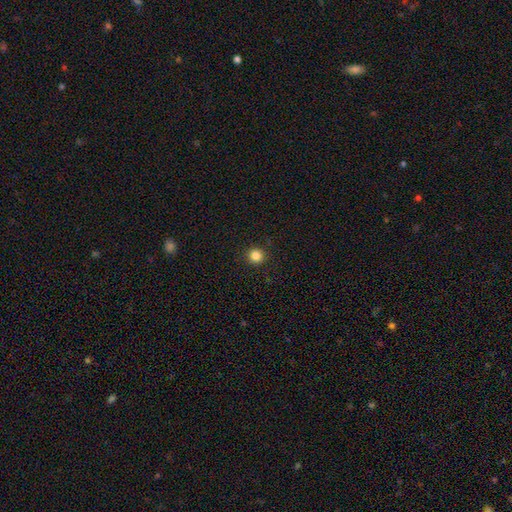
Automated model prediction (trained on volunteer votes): This appears to be a smooth galaxy with no disk features (84%) that is round (94%). Merging: none (92%).